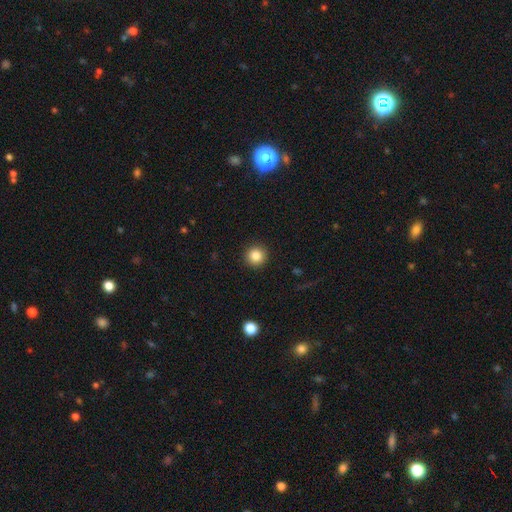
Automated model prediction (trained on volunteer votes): Smooth or featured: smooth — 85% (star or artifact — 10%)
How rounded: round — 95% (in between — 4%)
Merging: none — 92% (minor disturbance — 5%)